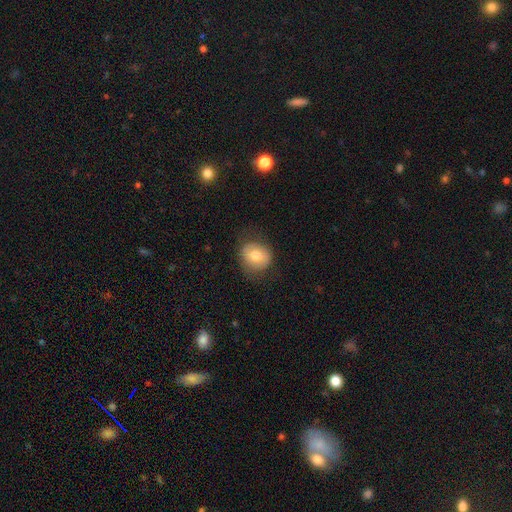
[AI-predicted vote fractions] Overall: smooth (71%). How rounded: round (74%). Merging: none (76%).